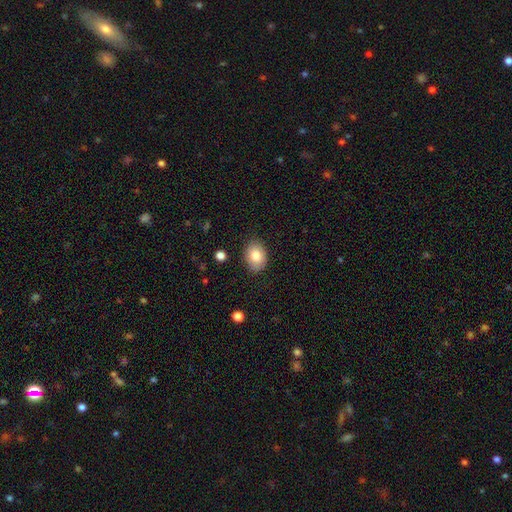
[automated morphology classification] Overall: smooth (83%). How rounded: in between (74%). Merging: none (83%).